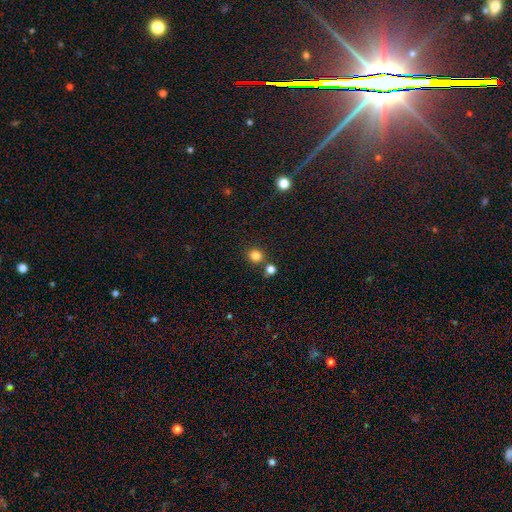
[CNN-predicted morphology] smooth_or_featured: smooth (p=0.82) [alt: star or artifact p=0.14]
how_rounded: round (p=0.86) [alt: in between p=0.13]
merging: none (p=0.77) [alt: merger p=0.12]